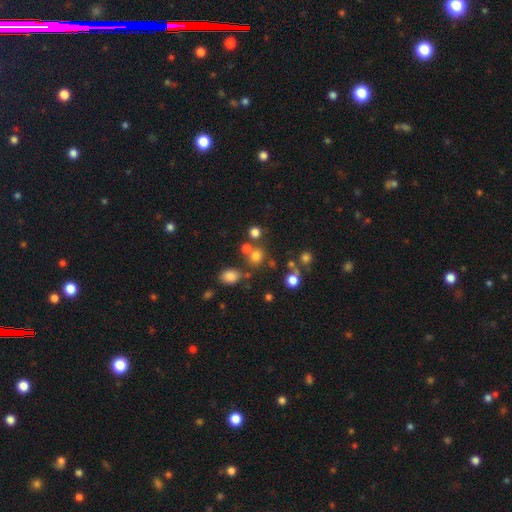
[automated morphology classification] Overall: smooth (72%). How rounded: round (77%). Merging: none (63%).